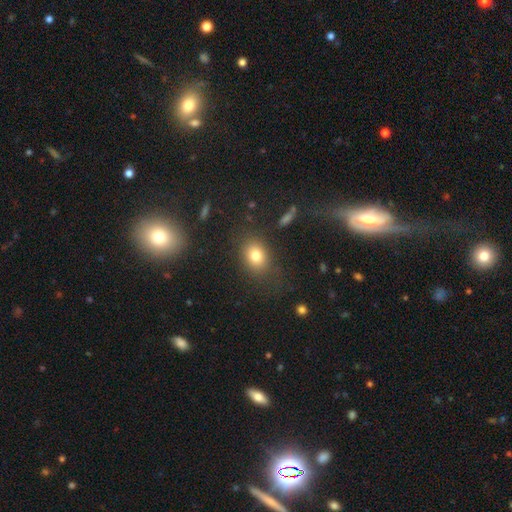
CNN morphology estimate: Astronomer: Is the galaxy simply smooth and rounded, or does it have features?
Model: smooth — 79%.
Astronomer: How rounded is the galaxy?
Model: in between — 51% (runner-up: round, 48%).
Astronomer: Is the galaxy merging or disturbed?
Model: none — 80%.